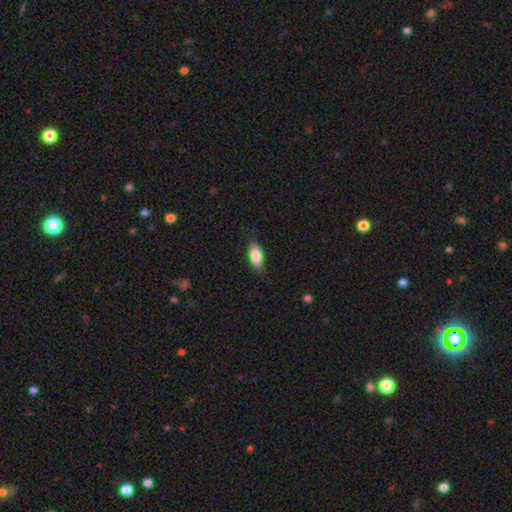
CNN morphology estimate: This appears to be a smooth galaxy with no disk features (82%) that is in between round and cigar-shaped (84%). Merging: none (80%).